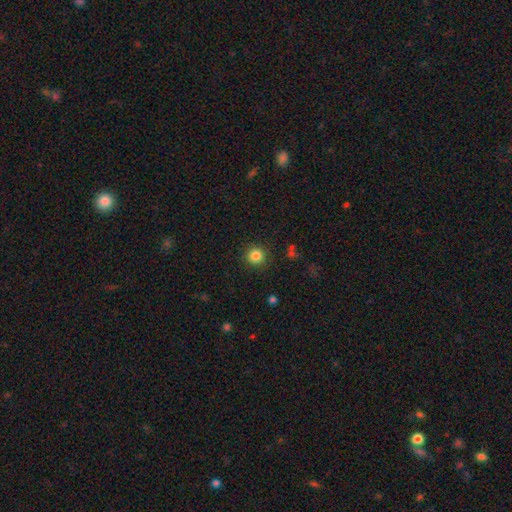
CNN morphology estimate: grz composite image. It shows a smooth galaxy with no disk features (84%) that is round (93%). Merging: none (90%).